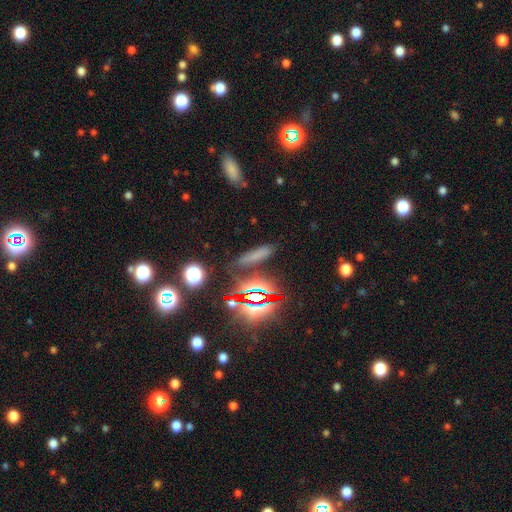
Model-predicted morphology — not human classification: smooth_or_featured: smooth (p=0.51) [alt: star or artifact p=0.33]
how_rounded: cigar-shaped (p=0.75) [alt: in between p=0.19]
merging: none (p=0.79) [alt: minor disturbance p=0.13]